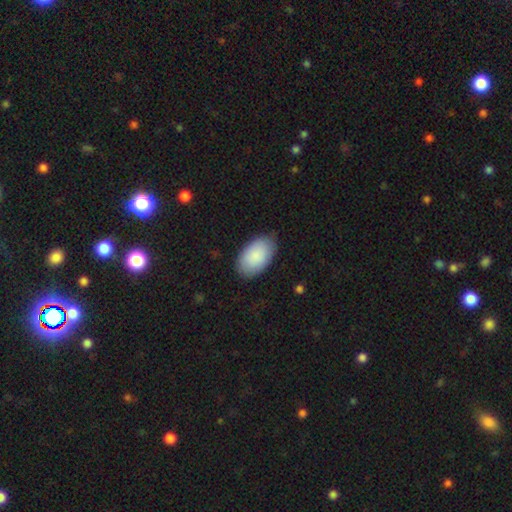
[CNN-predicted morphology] This appears to be a smooth galaxy with no disk features (89%) that is in between round and cigar-shaped (95%). Merging: none (82%).